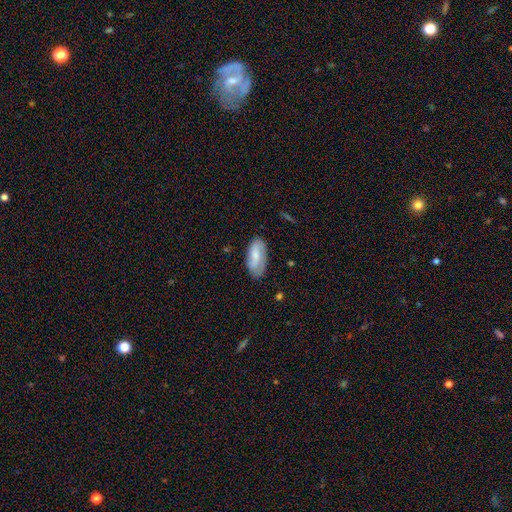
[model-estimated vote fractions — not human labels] The model was most divided on "smooth or featured": smooth: 53%, featured or disk: 40%, star or artifact: 7%. More confident: how rounded — in between (90%); merging — none (71%).